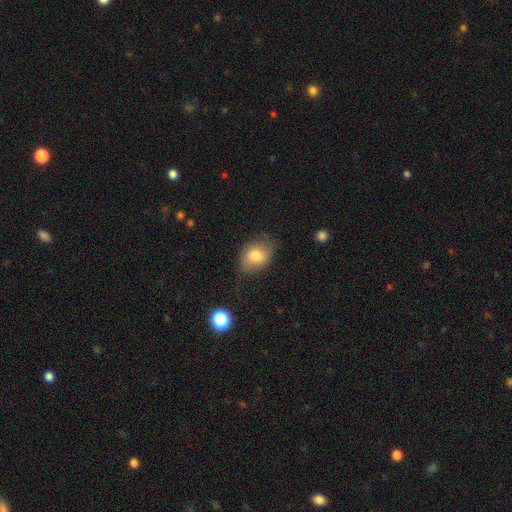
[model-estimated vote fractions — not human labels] smooth 79%, featured or disk 13%, star or artifact 8%. Down the decision tree: how rounded — in between (66%); merging — none (68%).